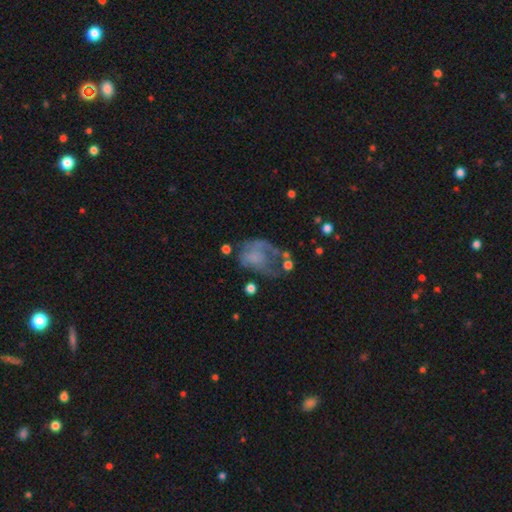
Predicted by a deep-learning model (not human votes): Overall: featured or disk (51%; smooth 36%). Edge-on disk: no (97%). Bar: no (85%). Spiral arms: no (60%; yes 40%). Bulge size: none (65%). Merging: major disturbance (47%; none 26%).